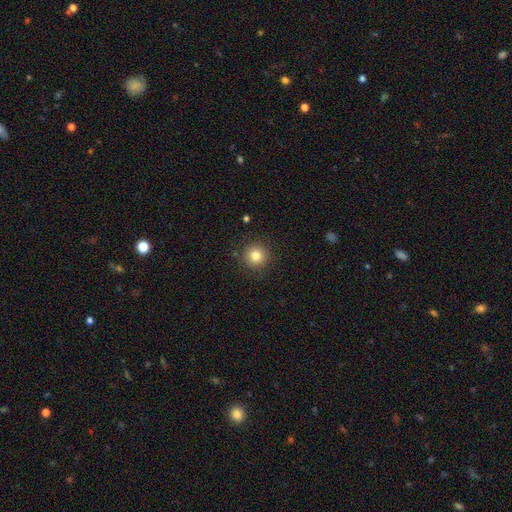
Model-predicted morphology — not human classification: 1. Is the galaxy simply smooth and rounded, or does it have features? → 81% smooth, 12% star or artifact, 7% featured or disk.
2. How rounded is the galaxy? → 95% round, 4% in between, 1% cigar-shaped.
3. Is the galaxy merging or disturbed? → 90% none, 7% minor disturbance, 2% major disturbance, 1% merger.